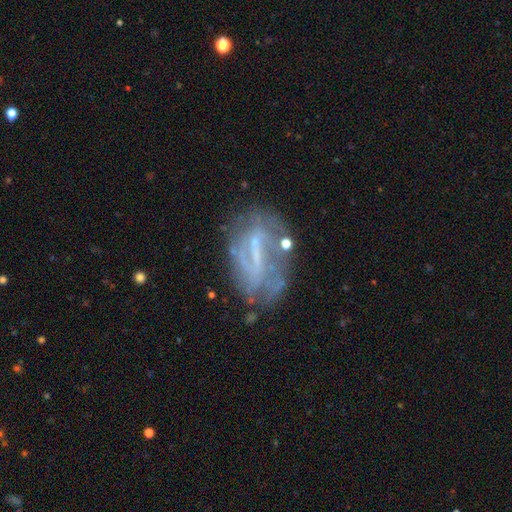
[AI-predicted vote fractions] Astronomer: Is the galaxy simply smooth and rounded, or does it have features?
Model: featured or disk — 71%.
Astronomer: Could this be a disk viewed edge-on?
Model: no — 93%.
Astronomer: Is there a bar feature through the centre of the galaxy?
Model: strong — 42% (runner-up: weak, 35%).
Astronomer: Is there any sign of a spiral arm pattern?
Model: yes — 54% (runner-up: no, 46%).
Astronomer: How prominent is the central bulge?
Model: small — 42% (runner-up: none, 41%).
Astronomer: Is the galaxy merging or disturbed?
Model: none — 51%.